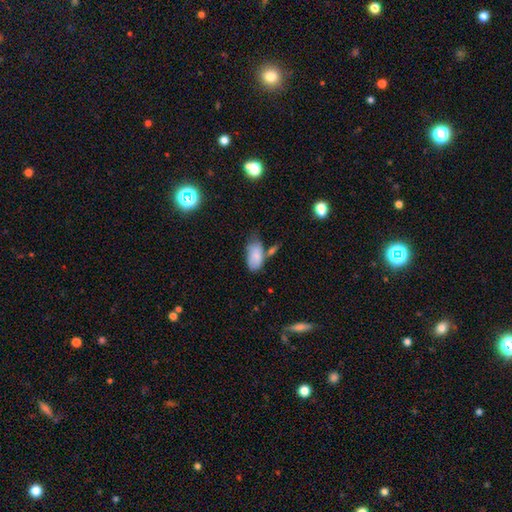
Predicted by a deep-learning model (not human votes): smooth_or_featured: smooth (p=0.82) [alt: featured or disk p=0.11]
how_rounded: in between (p=0.94) [alt: round p=0.03]
merging: none (p=0.41) [alt: minor disturbance p=0.31]